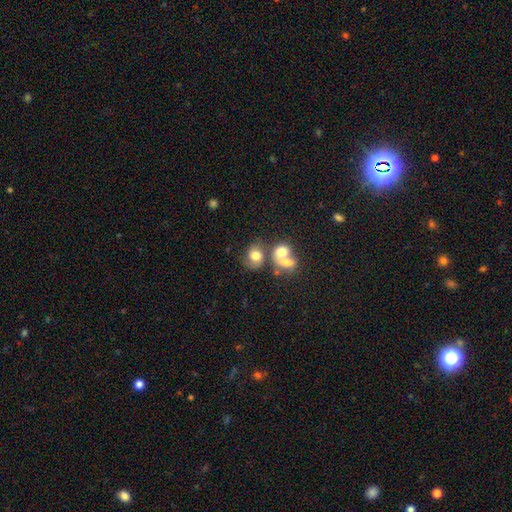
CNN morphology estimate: Smooth or featured? Predicted: smooth (p=0.67). How rounded? Predicted: round (p=0.58). Merging? Predicted: merger (p=0.42).